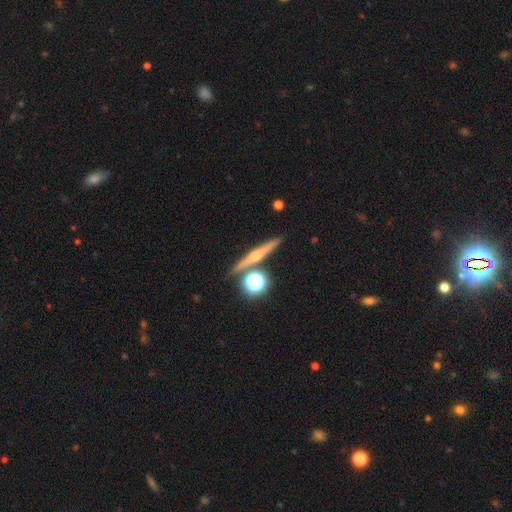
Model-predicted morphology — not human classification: Overall: featured or disk (67%). Edge-on disk: yes (96%). Edge-on bulge: rounded (87%). Merging: none (83%).